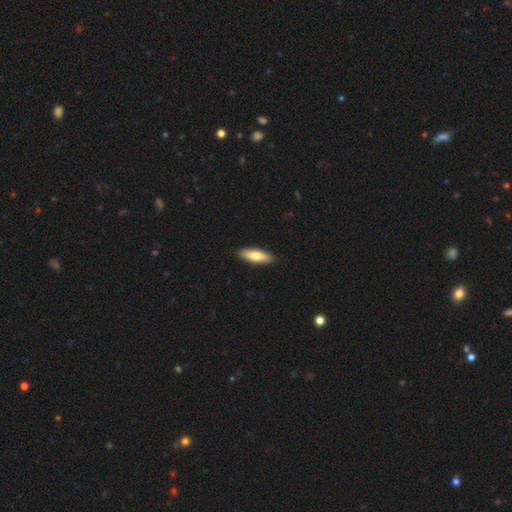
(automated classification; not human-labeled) Overall: smooth (71%). How rounded: cigar-shaped (50%; in between 48%). Merging: none (91%).